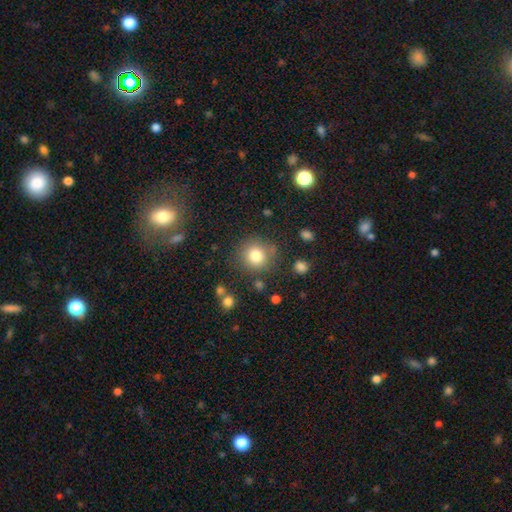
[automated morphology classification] This appears to be a smooth galaxy with no disk features (81%) that is round (91%). Merging: none (79%).